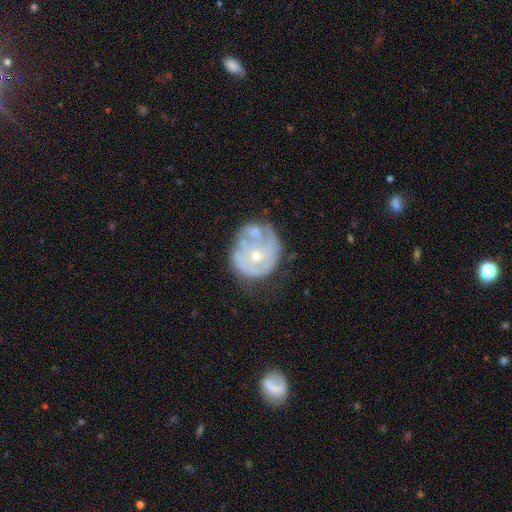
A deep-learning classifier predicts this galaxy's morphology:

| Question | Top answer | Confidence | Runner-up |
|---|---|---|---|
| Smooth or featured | featured or disk | 67% | smooth (25%) |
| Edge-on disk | no | 98% | yes (2%) |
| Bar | no | 85% | weak (13%) |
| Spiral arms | yes | 54% | no (46%) |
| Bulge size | small | 57% | moderate (39%) |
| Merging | none | 42% | minor disturbance (24%) |